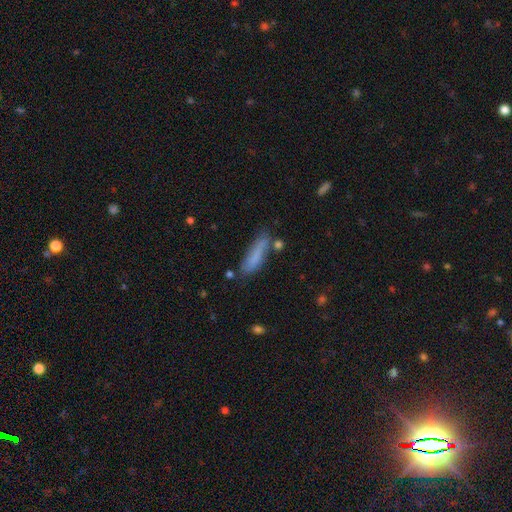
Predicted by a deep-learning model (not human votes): This is likely a smooth galaxy (74%). How rounded: likely cigar-shaped (71%). Merging: likely none (64%).